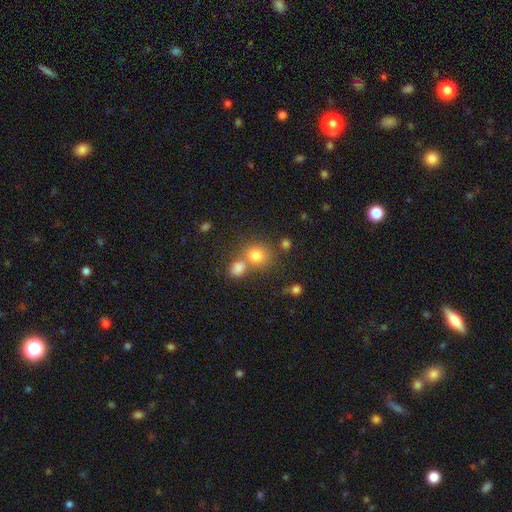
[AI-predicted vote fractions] smooth_or_featured: smooth (p=0.78) [alt: star or artifact p=0.13]
how_rounded: round (p=0.77) [alt: in between p=0.22]
merging: none (p=0.49) [alt: merger p=0.38]